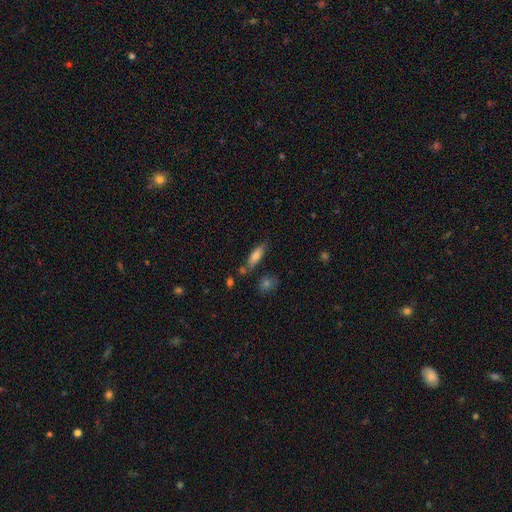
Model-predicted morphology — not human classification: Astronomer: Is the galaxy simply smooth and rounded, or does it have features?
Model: smooth — 72%.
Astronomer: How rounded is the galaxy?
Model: cigar-shaped — 53% (runner-up: in between, 44%).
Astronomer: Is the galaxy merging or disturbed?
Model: none — 69%.